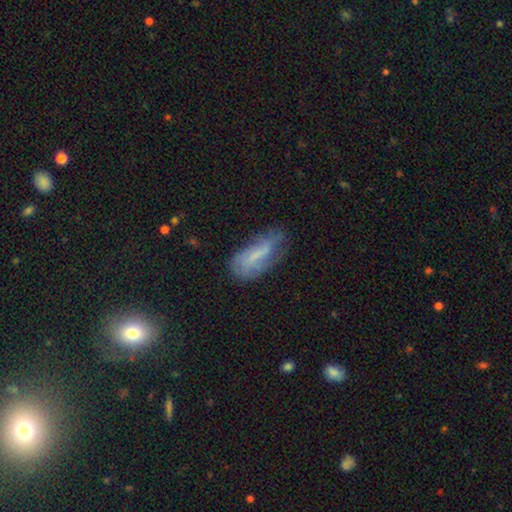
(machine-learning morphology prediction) The model was most divided on "smooth or featured": smooth: 49%, featured or disk: 41%, star or artifact: 10%. More confident: merging — none (50%).